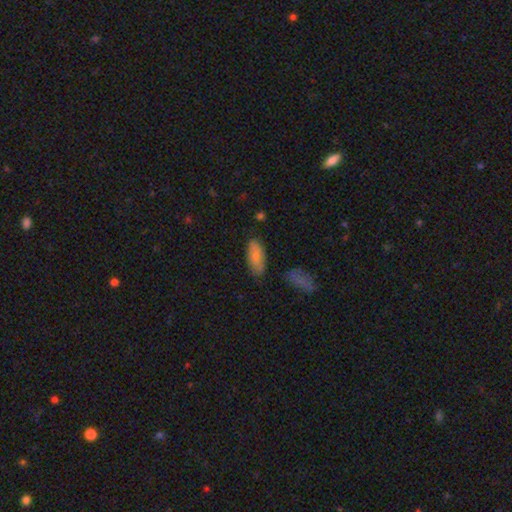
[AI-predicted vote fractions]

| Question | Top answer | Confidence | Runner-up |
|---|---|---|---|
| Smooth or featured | smooth | 77% | featured or disk (16%) |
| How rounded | in between | 84% | cigar-shaped (14%) |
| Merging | none | 77% | minor disturbance (16%) |